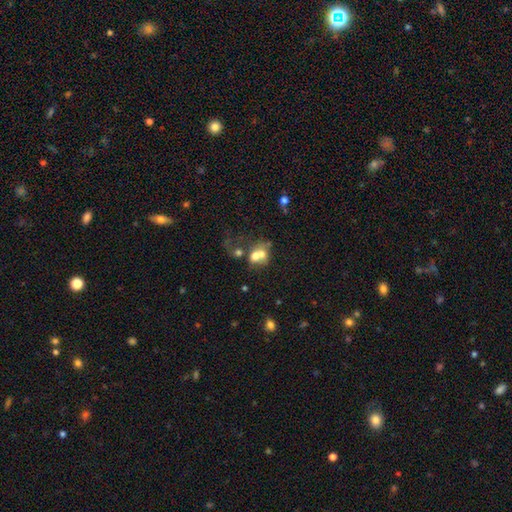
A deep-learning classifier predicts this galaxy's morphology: This appears to be a smooth galaxy with no disk features (58%) that is round (51%). Merging: merger (66%).